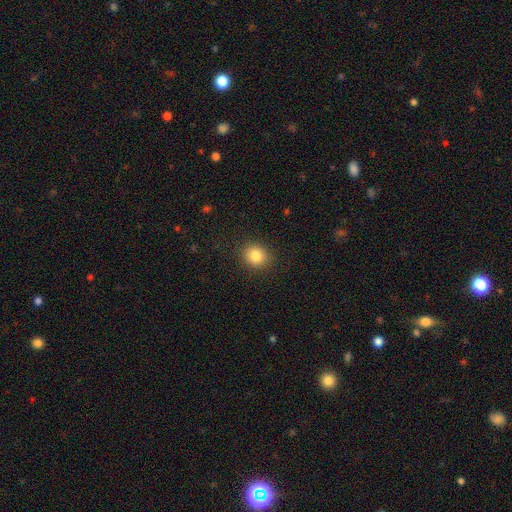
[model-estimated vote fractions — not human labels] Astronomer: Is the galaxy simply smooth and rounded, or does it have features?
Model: smooth — 84%.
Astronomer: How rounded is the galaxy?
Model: round — 72%.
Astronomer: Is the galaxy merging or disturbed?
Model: none — 89%.